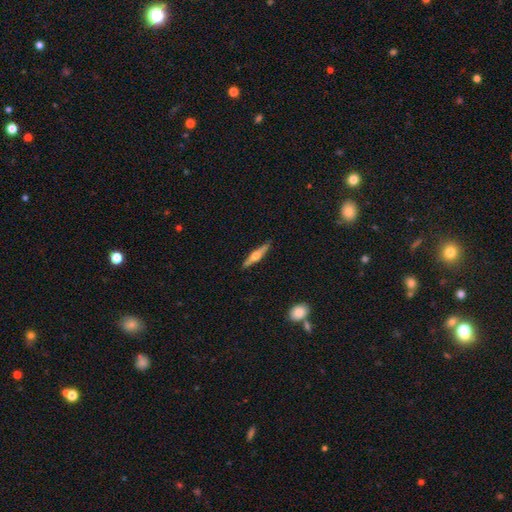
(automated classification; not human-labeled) The model was most divided on "smooth or featured": featured or disk: 61%, smooth: 33%, star or artifact: 6%. More confident: edge-on disk — yes (97%); merging — none (90%); edge-on bulge — rounded (89%).